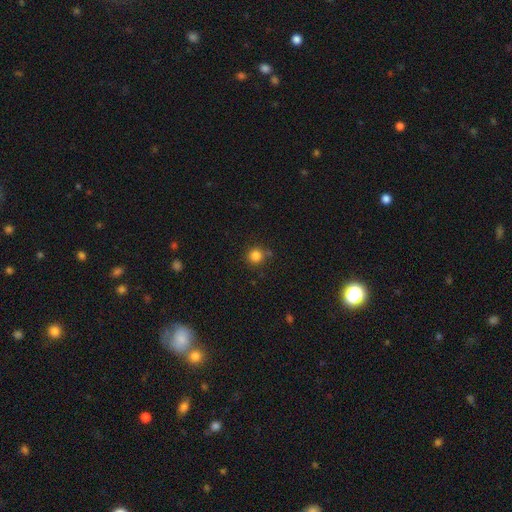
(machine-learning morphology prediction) smooth_or_featured: smooth (p=0.83) [alt: star or artifact p=0.12]
how_rounded: round (p=0.93) [alt: in between p=0.06]
merging: none (p=0.81) [alt: minor disturbance p=0.10]